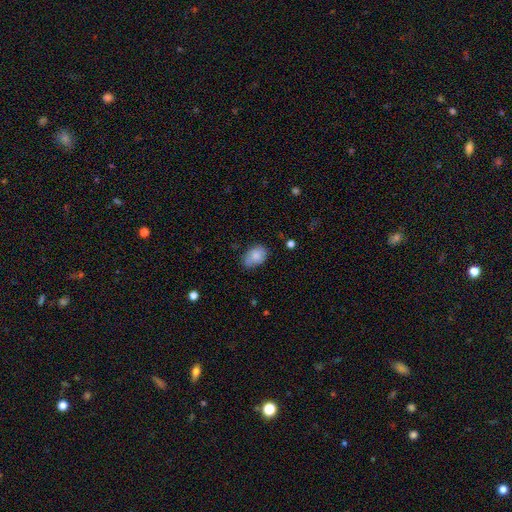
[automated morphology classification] type=smooth (83%); roundness=in between (81%); merging=none (68%).